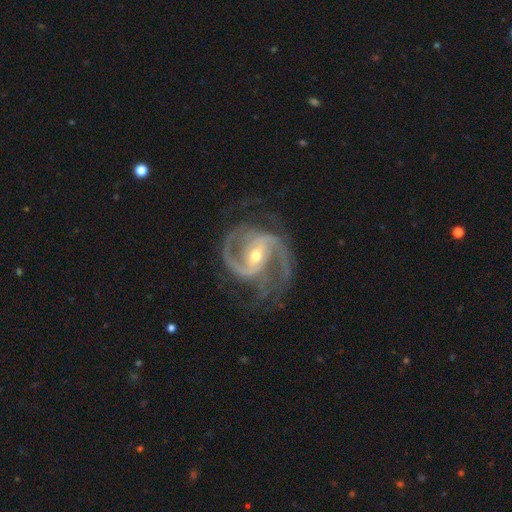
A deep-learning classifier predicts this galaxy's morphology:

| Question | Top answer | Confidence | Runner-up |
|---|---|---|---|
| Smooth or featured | featured or disk | 93% | star or artifact (5%) |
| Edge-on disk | no | 98% | yes (2%) |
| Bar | strong | 41% | weak (39%) |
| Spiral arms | yes | 98% | no (2%) |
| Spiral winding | medium | 60% | tight (24%) |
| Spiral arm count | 2 | 77% | 3 (12%) |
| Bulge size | moderate | 51% | small (46%) |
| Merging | none | 69% | minor disturbance (18%) |